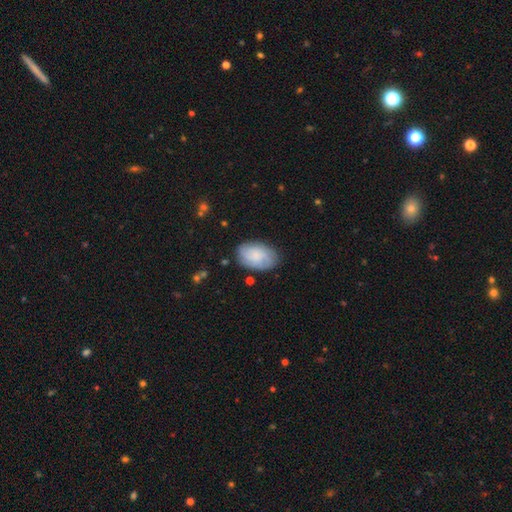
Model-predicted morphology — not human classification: Smooth or featured? Predicted: smooth (p=0.53). How rounded? Predicted: in between (p=0.88). Merging? Predicted: none (p=0.79).